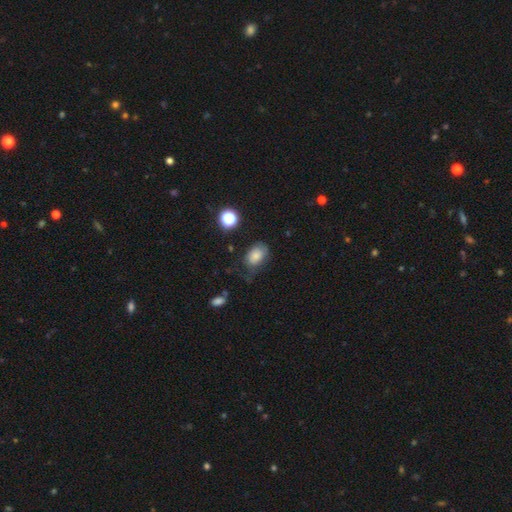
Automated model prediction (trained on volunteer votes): Smooth or featured? Predicted: smooth (p=0.70). How rounded? Predicted: in between (p=0.83). Merging? Predicted: none (p=0.50).